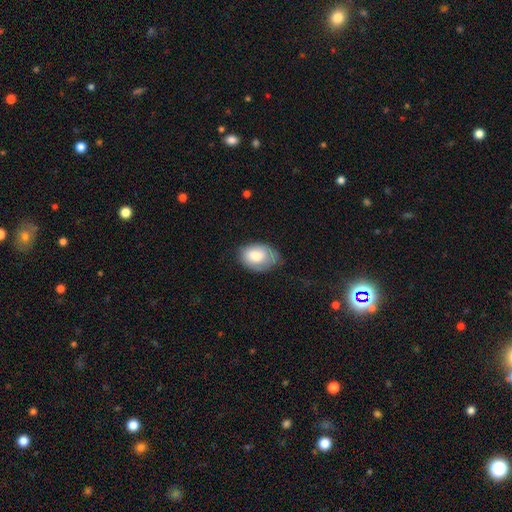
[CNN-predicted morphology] Smooth or featured? smooth (71%)
How rounded? in between (85%)
Merging? none (56%)